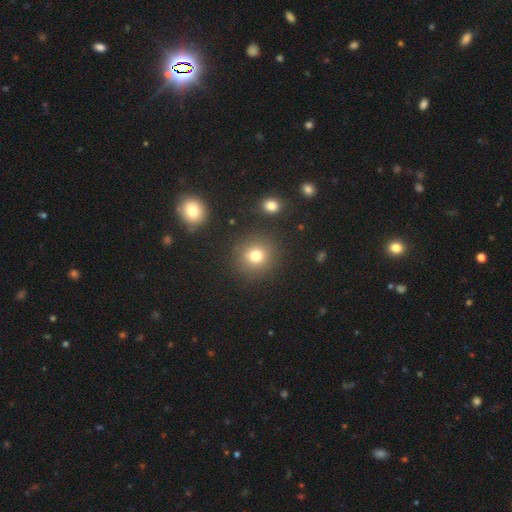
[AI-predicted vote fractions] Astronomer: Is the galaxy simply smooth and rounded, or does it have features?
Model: smooth — 77%.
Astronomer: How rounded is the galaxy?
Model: round — 91%.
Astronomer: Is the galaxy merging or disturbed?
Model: none — 87%.